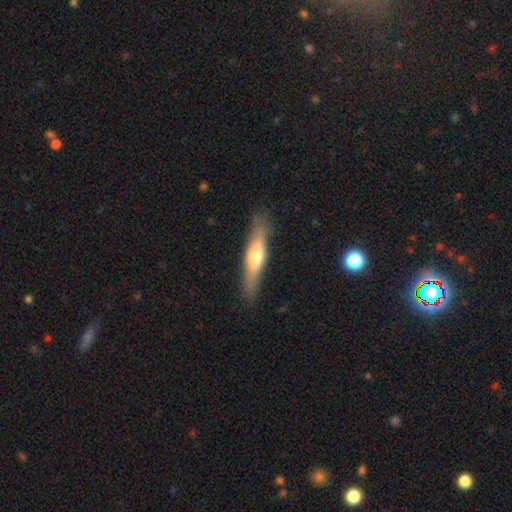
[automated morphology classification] Overall: smooth (50%; featured or disk 45%). Merging: none (84%).